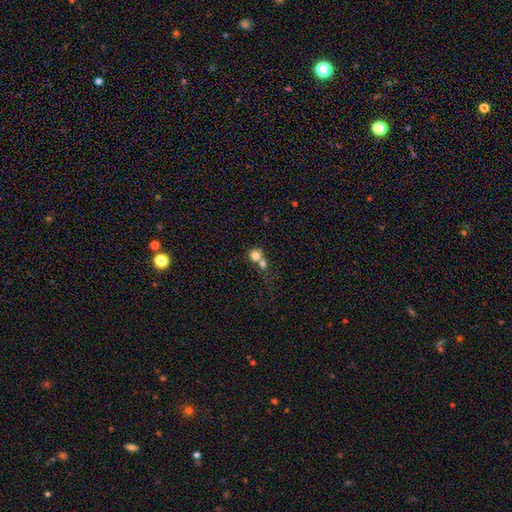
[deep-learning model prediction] A smooth galaxy with no disk features (78%) that is round (87%).

Vote fractions:
- Smooth or featured? smooth: 78% / star or artifact: 11% / featured or disk: 11%
- How rounded? round: 87% / in between: 12% / cigar-shaped: 1%
- Merging? merger: 53% / none: 38% / minor disturbance: 6% / major disturbance: 3%